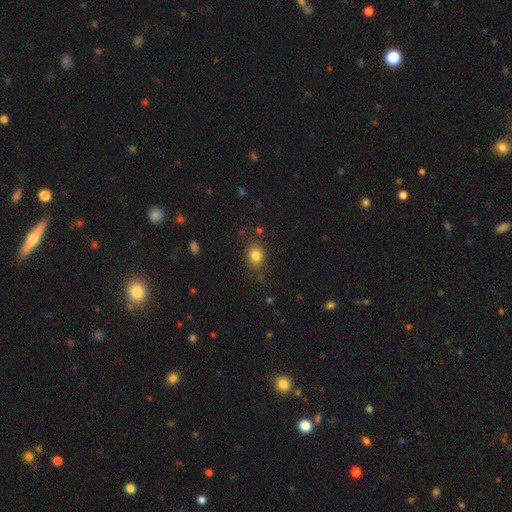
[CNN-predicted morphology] A smooth galaxy with no disk features (82%) that is in between round and cigar-shaped (62%). Merging: none (80%).